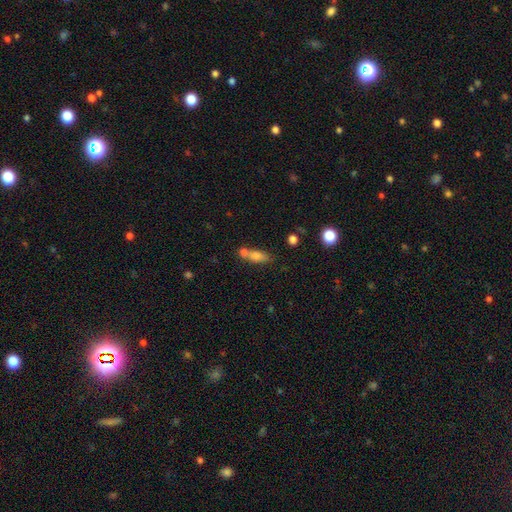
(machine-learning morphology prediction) Smooth or featured?
  - smooth: 73% *
  - featured or disk: 16%
  - star or artifact: 10%
How rounded?
  - in between: 66% *
  - cigar-shaped: 28%
  - round: 6%
Merging?
  - none: 46% *
  - merger: 36%
  - minor disturbance: 13%
  - major disturbance: 5%